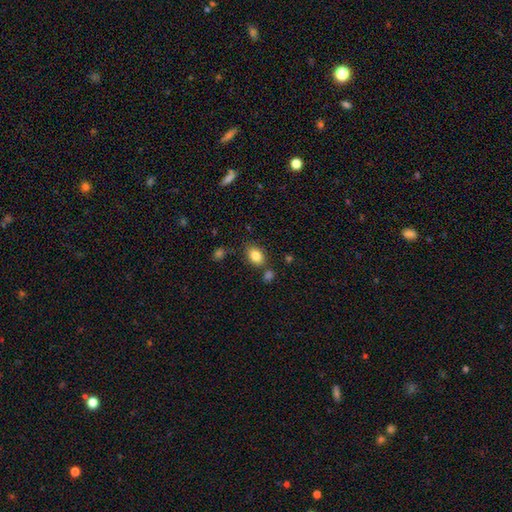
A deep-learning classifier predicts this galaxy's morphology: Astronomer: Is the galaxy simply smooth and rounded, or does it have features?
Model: smooth — 85%.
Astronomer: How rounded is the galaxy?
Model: in between — 78%.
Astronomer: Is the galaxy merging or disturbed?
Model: none — 75%.